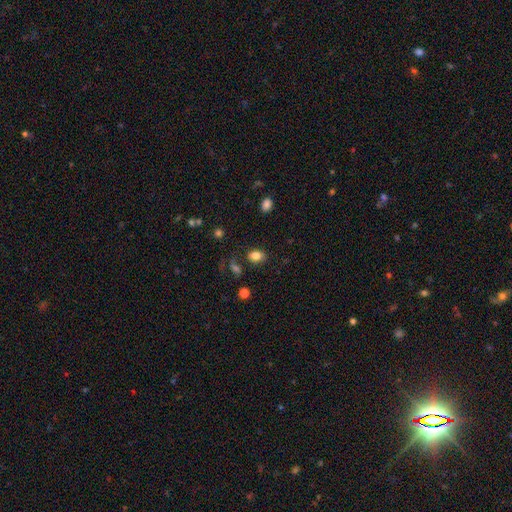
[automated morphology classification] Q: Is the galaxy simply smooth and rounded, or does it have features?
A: smooth — 83%.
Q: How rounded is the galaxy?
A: in between — 72%.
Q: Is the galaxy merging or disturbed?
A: none — 77%.